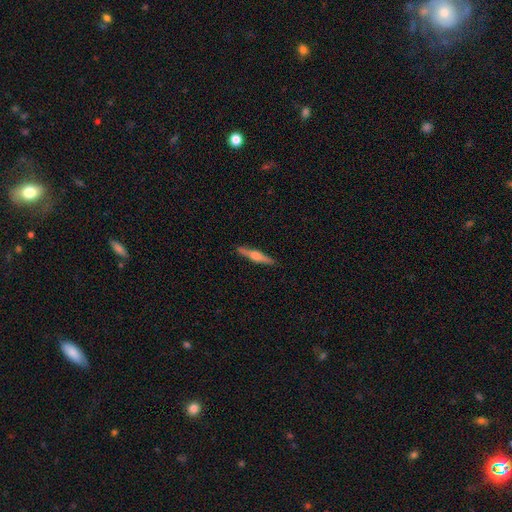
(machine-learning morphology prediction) Q: Smooth or featured?
A: featured or disk (62%); runner-up: smooth (33%)
Q: Edge-on disk?
A: yes (97%); runner-up: no (3%)
Q: Edge-on bulge?
A: rounded (83%); runner-up: boxy (11%)
Q: Merging?
A: none (90%); runner-up: minor disturbance (8%)